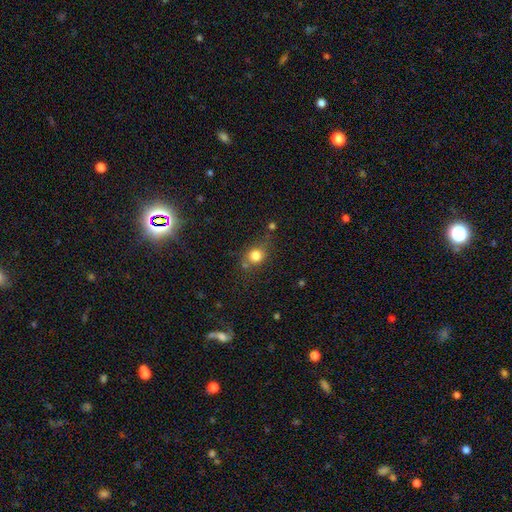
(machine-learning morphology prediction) Q: Smooth or featured?
A: smooth (79%); runner-up: star or artifact (12%)
Q: How rounded?
A: round (74%); runner-up: in between (24%)
Q: Merging?
A: none (65%); runner-up: minor disturbance (18%)